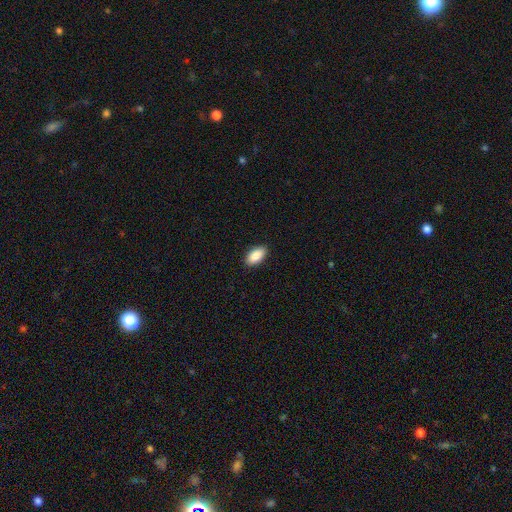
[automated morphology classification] Overall: smooth (90%). How rounded: in between (94%). Merging: none (89%).